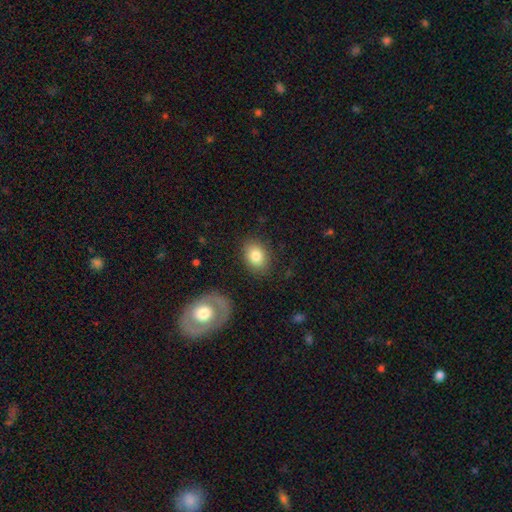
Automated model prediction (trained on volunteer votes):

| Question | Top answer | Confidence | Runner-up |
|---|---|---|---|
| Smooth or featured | smooth | 83% | featured or disk (10%) |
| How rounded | in between | 66% | round (33%) |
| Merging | none | 85% | minor disturbance (10%) |